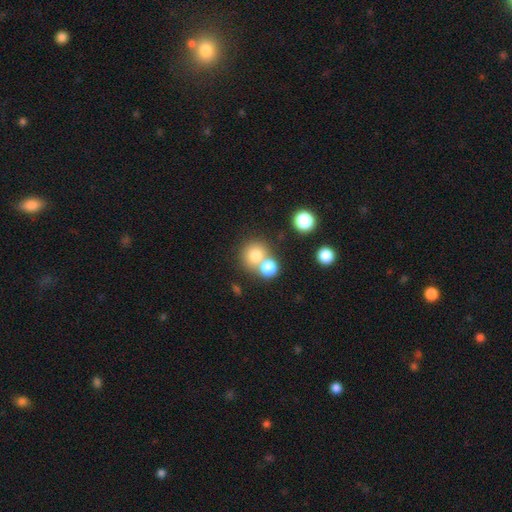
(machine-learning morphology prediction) Smooth or featured? Predicted: smooth (p=0.76). How rounded? Predicted: round (p=0.84). Merging? Predicted: none (p=0.46).